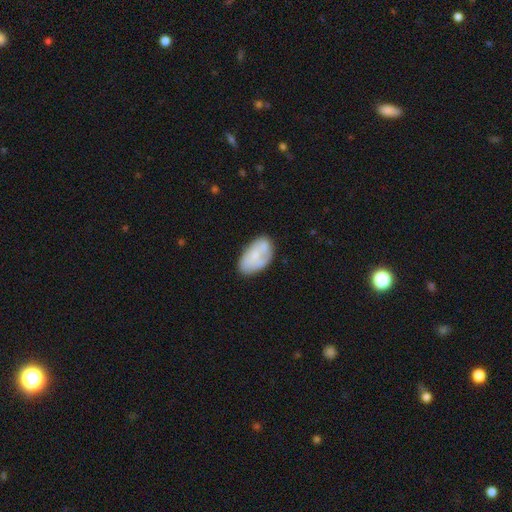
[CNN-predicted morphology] smooth_or_featured: smooth (p=0.58) [alt: featured or disk p=0.35]
how_rounded: in between (p=0.93) [alt: round p=0.05]
merging: none (p=0.59) [alt: minor disturbance p=0.24]